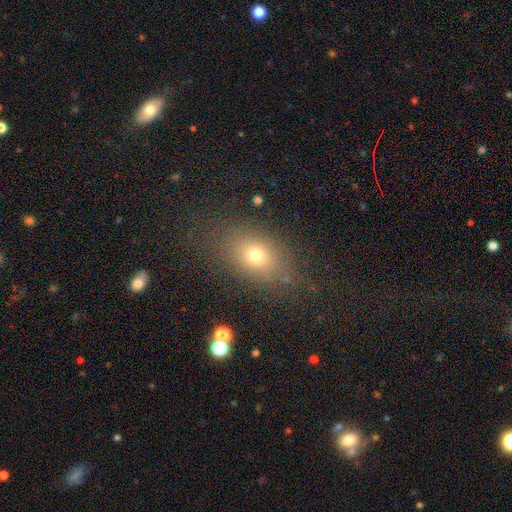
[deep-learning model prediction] Smooth or featured?
  - smooth: 71% *
  - star or artifact: 16%
  - featured or disk: 13%
How rounded?
  - in between: 72% *
  - round: 25%
  - cigar-shaped: 3%
Merging?
  - none: 78% *
  - minor disturbance: 13%
  - major disturbance: 7%
  - merger: 2%